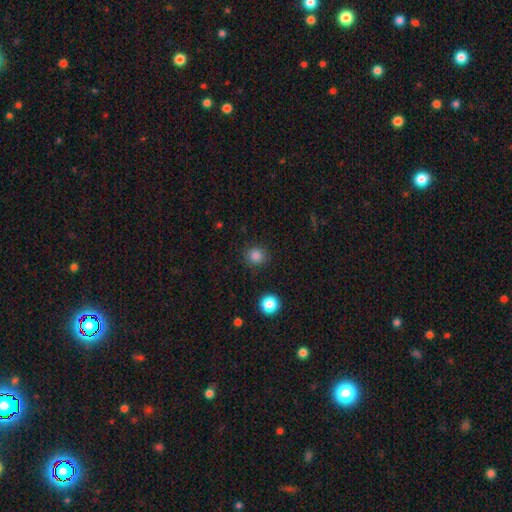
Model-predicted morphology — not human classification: This is clearly a smooth galaxy (84%). How rounded: clearly round (90%). Merging: clearly none (87%).